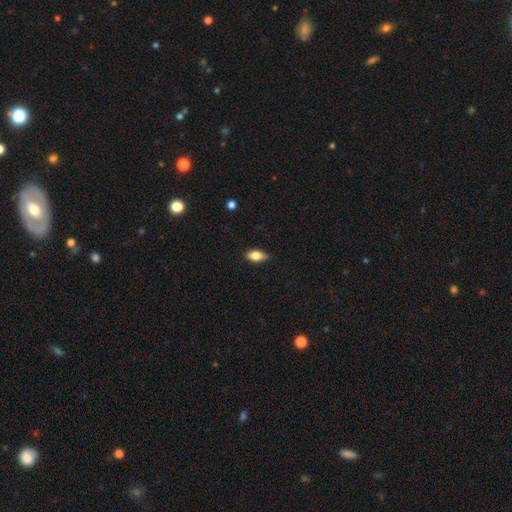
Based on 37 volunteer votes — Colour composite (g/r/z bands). It shows a smooth galaxy with no disk features (76%) that is in between round and cigar-shaped (89%). Merging: none (86%).